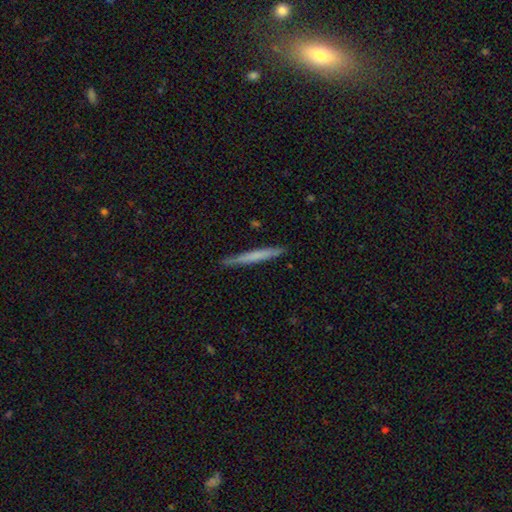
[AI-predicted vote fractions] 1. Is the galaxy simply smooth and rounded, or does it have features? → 59% smooth, 36% featured or disk, 5% star or artifact.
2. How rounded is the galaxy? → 97% cigar-shaped, 2% in between, 1% round.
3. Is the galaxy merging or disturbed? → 89% none, 8% minor disturbance, 1% major disturbance, 1% merger.